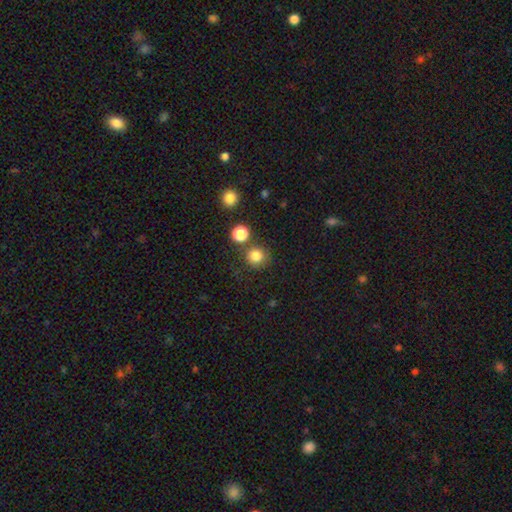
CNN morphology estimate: smooth 81%, star or artifact 13%, featured or disk 5%. Down the decision tree: how rounded — round (91%); merging — none (78%).